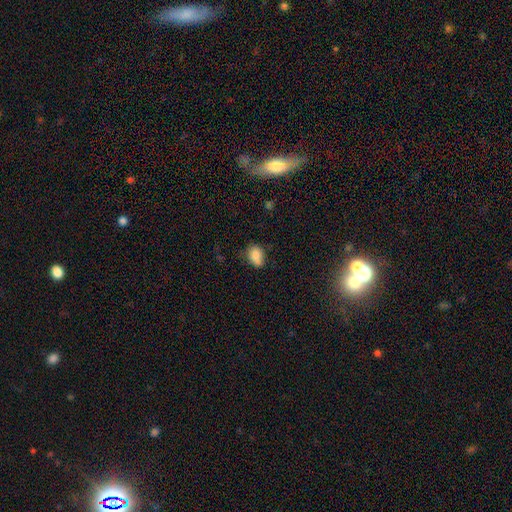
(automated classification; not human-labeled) Smooth or featured: smooth — 85% (star or artifact — 9%)
How rounded: in between — 75% (round — 24%)
Merging: none — 66% (minor disturbance — 26%)